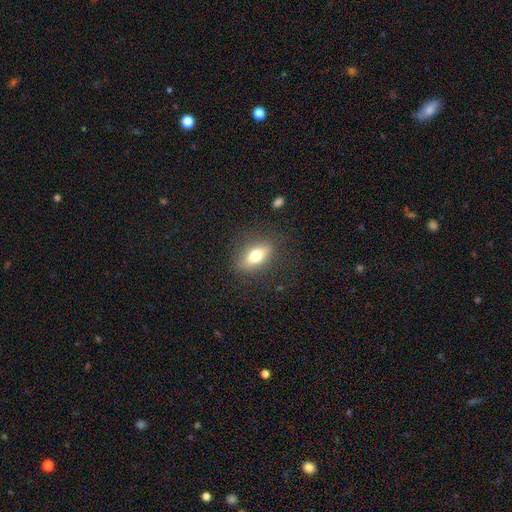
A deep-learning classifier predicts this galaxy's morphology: Smooth or featured? smooth (70%)
How rounded? in between (78%)
Merging? none (82%)